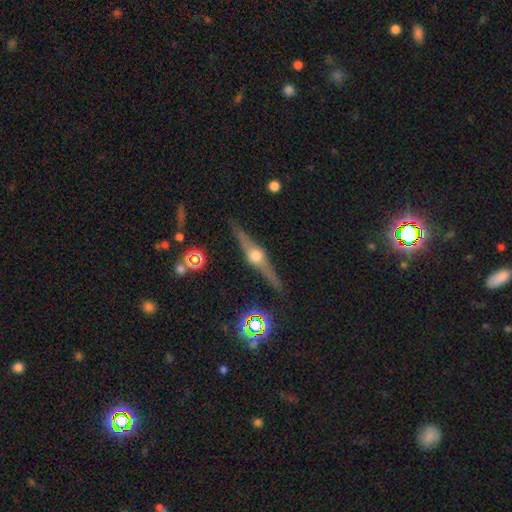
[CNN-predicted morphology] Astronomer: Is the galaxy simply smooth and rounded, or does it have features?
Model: featured or disk — 80%.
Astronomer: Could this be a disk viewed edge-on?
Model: yes — 97%.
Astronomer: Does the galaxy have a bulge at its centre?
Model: rounded — 94%.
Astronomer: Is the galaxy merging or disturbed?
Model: none — 88%.